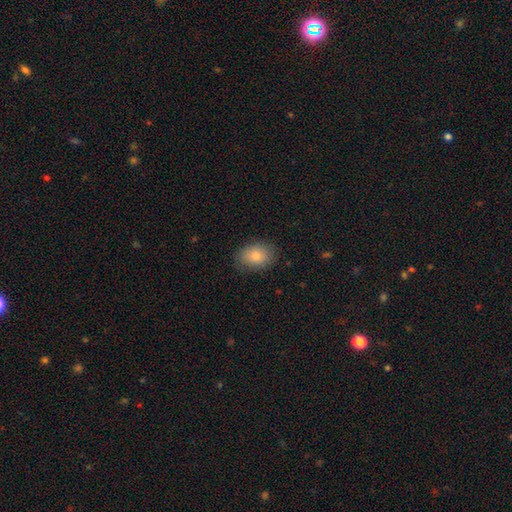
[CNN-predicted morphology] smooth_or_featured: smooth (p=0.82) [alt: star or artifact p=0.09]
how_rounded: in between (p=0.76) [alt: round p=0.23]
merging: none (p=0.85) [alt: minor disturbance p=0.12]